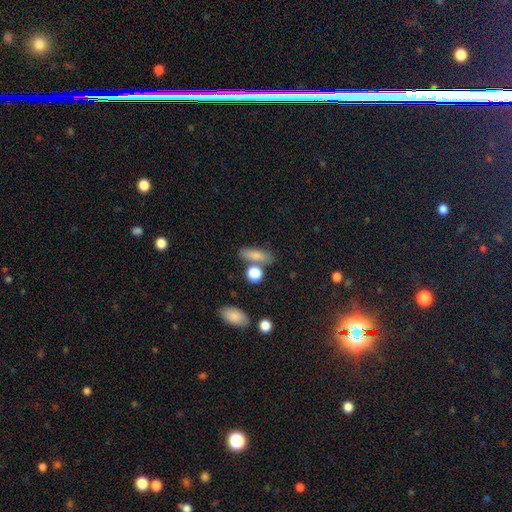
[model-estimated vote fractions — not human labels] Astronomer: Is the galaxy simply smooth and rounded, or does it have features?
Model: smooth — 78%.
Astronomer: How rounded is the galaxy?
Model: in between — 50% (runner-up: cigar-shaped, 38%).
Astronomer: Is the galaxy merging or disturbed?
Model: none — 68%.